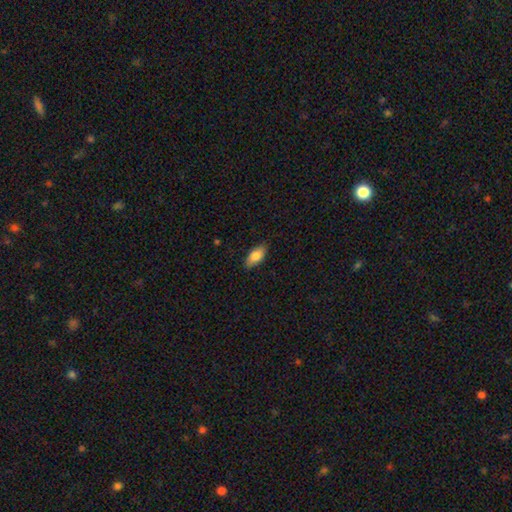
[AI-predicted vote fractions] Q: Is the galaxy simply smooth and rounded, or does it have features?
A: smooth — 81%.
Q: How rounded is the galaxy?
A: in between — 88%.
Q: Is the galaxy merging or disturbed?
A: none — 86%.